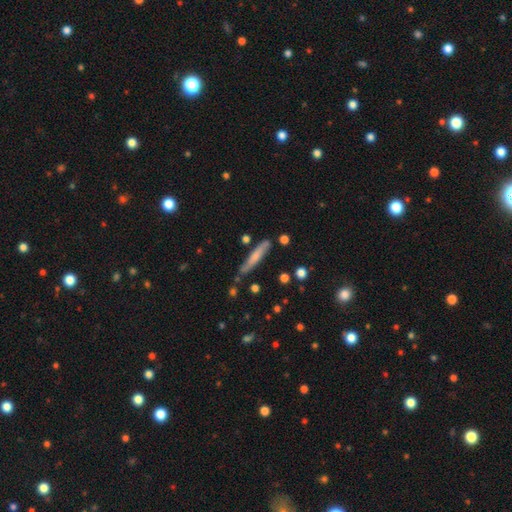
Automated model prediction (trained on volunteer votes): A smooth galaxy with no disk features (62%) that is cigar-shaped (91%).

Vote fractions:
- Smooth or featured? smooth: 62% / featured or disk: 32% / star or artifact: 6%
- How rounded? cigar-shaped: 91% / in between: 7% / round: 2%
- Merging? none: 77% / minor disturbance: 16% / merger: 4% / major disturbance: 3%